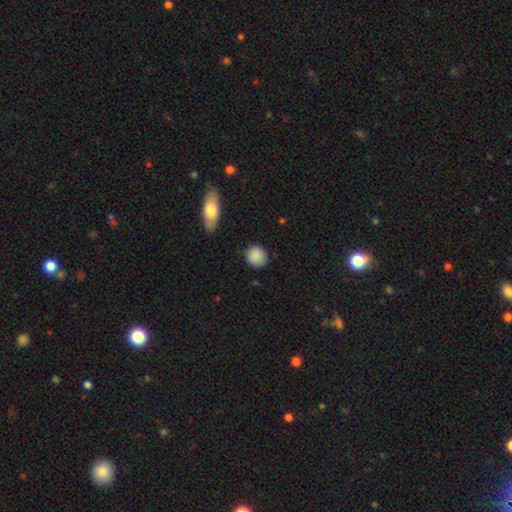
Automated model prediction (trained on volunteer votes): smooth 88%, star or artifact 7%, featured or disk 4%. Down the decision tree: how rounded — round (84%); merging — none (86%).